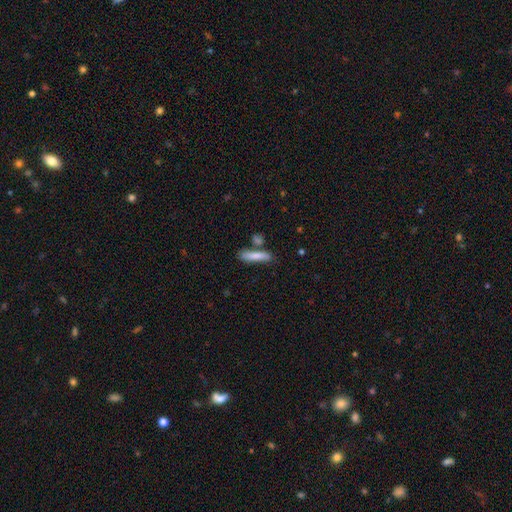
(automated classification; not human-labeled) Smooth or featured?
  - smooth: 79% *
  - featured or disk: 15%
  - star or artifact: 6%
How rounded?
  - cigar-shaped: 85% *
  - in between: 13%
  - round: 2%
Merging?
  - none: 72% *
  - minor disturbance: 13%
  - merger: 12%
  - major disturbance: 3%